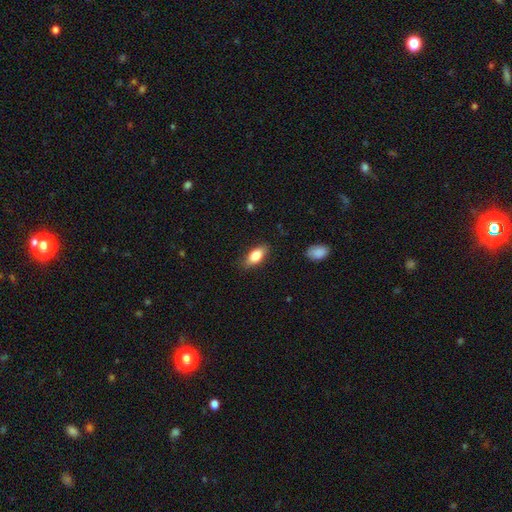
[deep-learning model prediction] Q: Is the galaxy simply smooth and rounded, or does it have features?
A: smooth — 82%.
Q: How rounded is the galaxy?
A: in between — 84%.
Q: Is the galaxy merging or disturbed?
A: none — 84%.